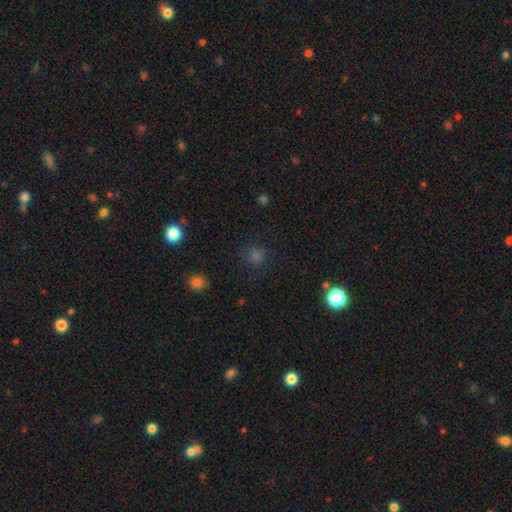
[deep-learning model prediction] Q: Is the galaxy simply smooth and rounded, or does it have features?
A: smooth — 61%.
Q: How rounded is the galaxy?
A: round — 89%.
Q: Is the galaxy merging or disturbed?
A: none — 83%.